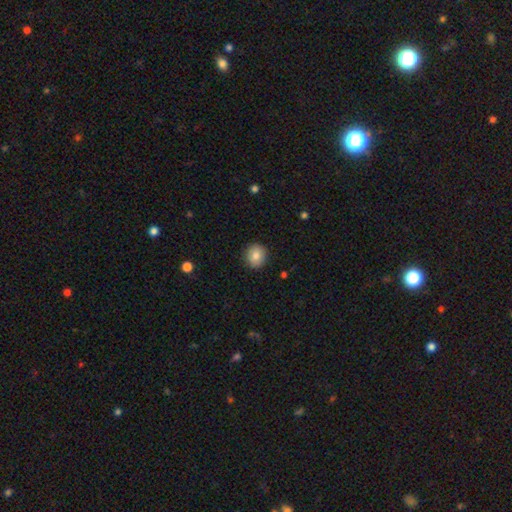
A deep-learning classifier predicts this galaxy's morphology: smooth-or-featured: smooth: 85% | star or artifact: 9% | featured or disk: 7%
  how-rounded: round: 82% | in between: 17% | cigar-shaped: 1%
  merging: none: 90% | minor disturbance: 7% | major disturbance: 2% | merger: 1%